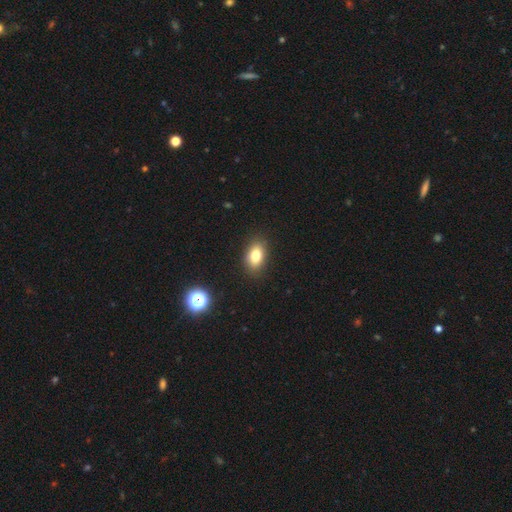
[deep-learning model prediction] A smooth galaxy with no disk features (79%) that is in between round and cigar-shaped (85%).

Vote fractions:
- Smooth or featured? smooth: 79% / star or artifact: 11% / featured or disk: 10%
- How rounded? in between: 85% / round: 13% / cigar-shaped: 2%
- Merging? none: 88% / minor disturbance: 8% / major disturbance: 2% / merger: 1%